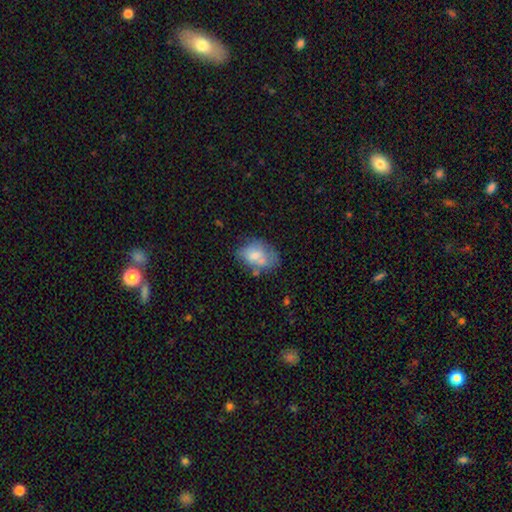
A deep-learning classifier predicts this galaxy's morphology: smooth 65%, featured or disk 26%, star or artifact 8%. Down the decision tree: how rounded — in between (78%); merging — none (39%).